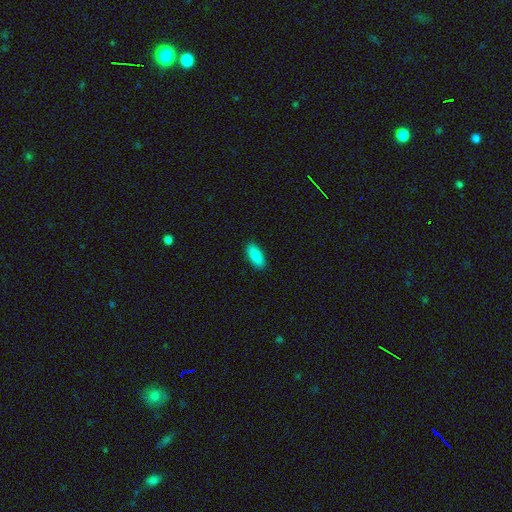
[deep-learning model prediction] Q: Smooth or featured?
A: smooth (89%); runner-up: star or artifact (6%)
Q: How rounded?
A: in between (85%); runner-up: cigar-shaped (13%)
Q: Merging?
A: none (90%); runner-up: minor disturbance (7%)